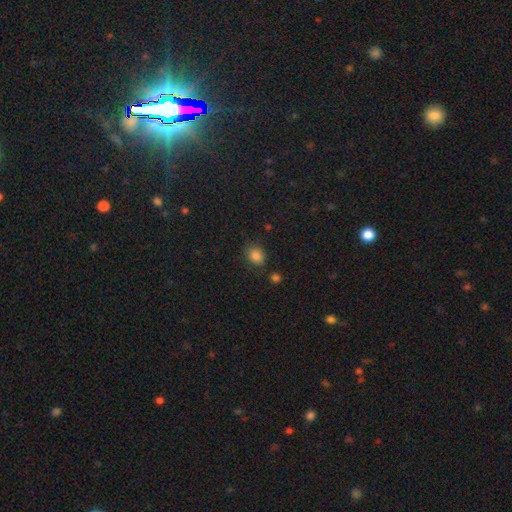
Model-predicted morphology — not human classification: A smooth galaxy with no disk features (84%) that is in between round and cigar-shaped (51%).

Vote fractions:
- Smooth or featured? smooth: 84% / star or artifact: 12% / featured or disk: 5%
- How rounded? in between: 51% / round: 48% / cigar-shaped: 1%
- Merging? none: 74% / minor disturbance: 17% / major disturbance: 5% / merger: 5%